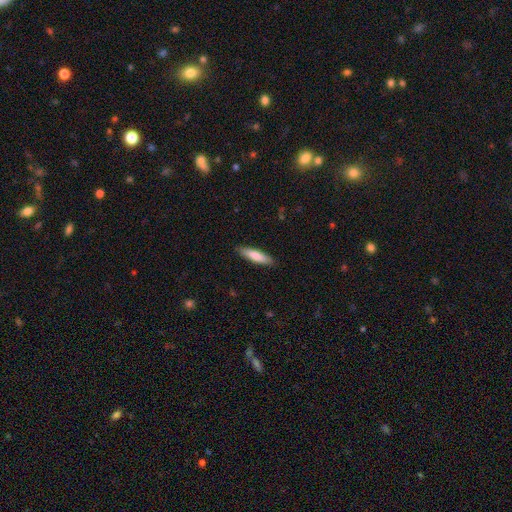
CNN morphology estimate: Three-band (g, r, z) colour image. It shows a smooth galaxy with no disk features (80%) that is cigar-shaped (73%). Merging: none (89%).